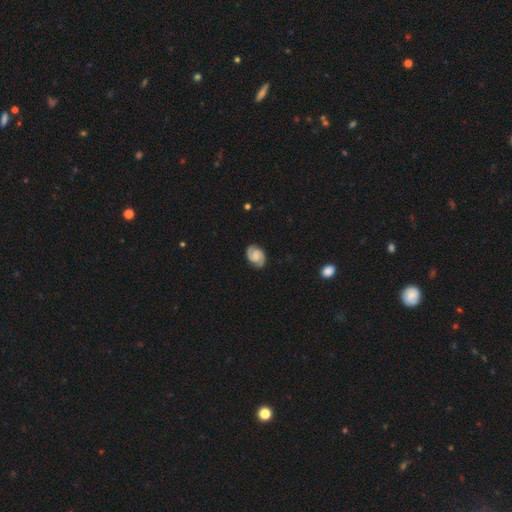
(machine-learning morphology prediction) smooth-or-featured: featured or disk: 78% | smooth: 15% | star or artifact: 6%
  disk-edge-on: no: 98% | yes: 2%
    bar: no: 50% | weak: 40% | strong: 9%
    has-spiral-arms: yes: 97% | no: 3%
      spiral-winding: medium: 45% | tight: 44% | loose: 11%
      spiral-arm-count: 2: 92% | can't tell: 3% | 3: 2% | 1: 1% | 4: 1% | more than 4: 1%
    bulge-size: none: 34% | small: 30% | moderate: 27% | large: 7% | dominant: 2%
  merging: none: 84% | minor disturbance: 12% | major disturbance: 3% | merger: 1%